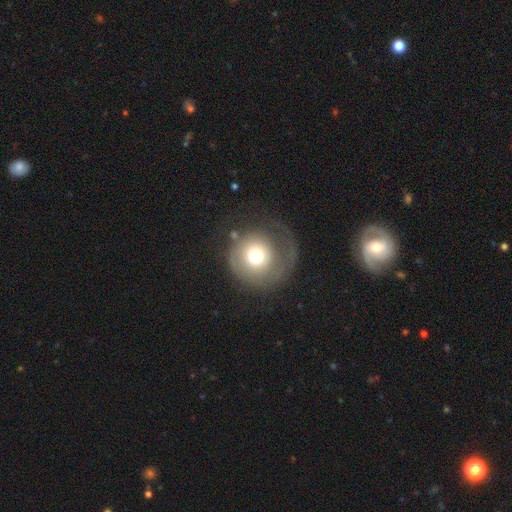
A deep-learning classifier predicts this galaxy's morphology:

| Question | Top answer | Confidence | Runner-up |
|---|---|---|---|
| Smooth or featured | smooth | 57% | featured or disk (35%) |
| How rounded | round | 93% | in between (6%) |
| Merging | none | 45% | major disturbance (34%) |